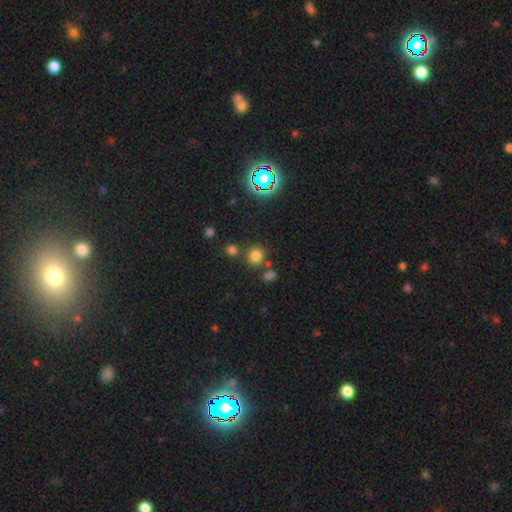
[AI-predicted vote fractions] Morphology: type=smooth (74%); roundness=round (85%); merging=none (75%).